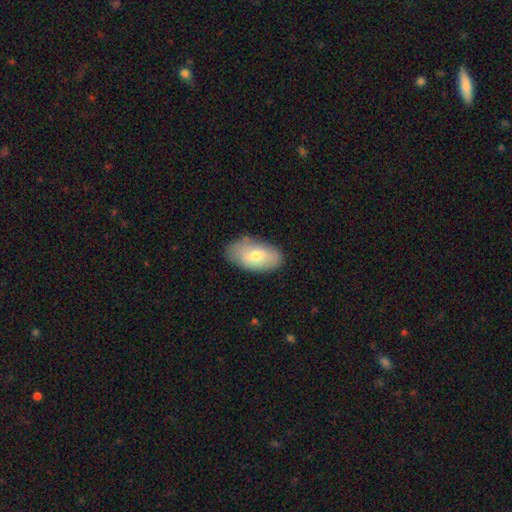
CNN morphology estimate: A smooth galaxy with no disk features (69%) that is in between round and cigar-shaped (94%).

Vote fractions:
- Smooth or featured? smooth: 69% / featured or disk: 24% / star or artifact: 7%
- How rounded? in between: 94% / round: 4% / cigar-shaped: 2%
- Merging? none: 78% / minor disturbance: 17% / major disturbance: 4% / merger: 1%